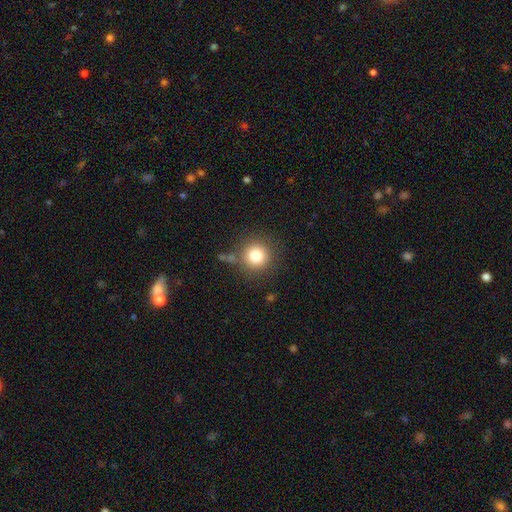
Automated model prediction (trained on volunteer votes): A smooth galaxy with no disk features (81%) that is round (94%). Merging: none (80%).